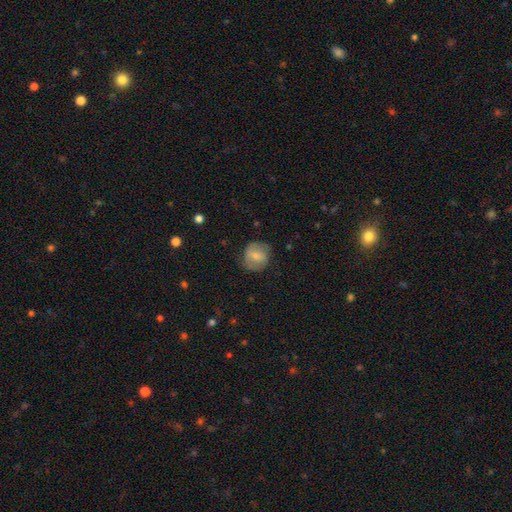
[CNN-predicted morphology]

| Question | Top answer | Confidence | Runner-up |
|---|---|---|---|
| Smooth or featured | smooth | 61% | featured or disk (32%) |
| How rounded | round | 80% | in between (19%) |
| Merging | none | 72% | minor disturbance (19%) |